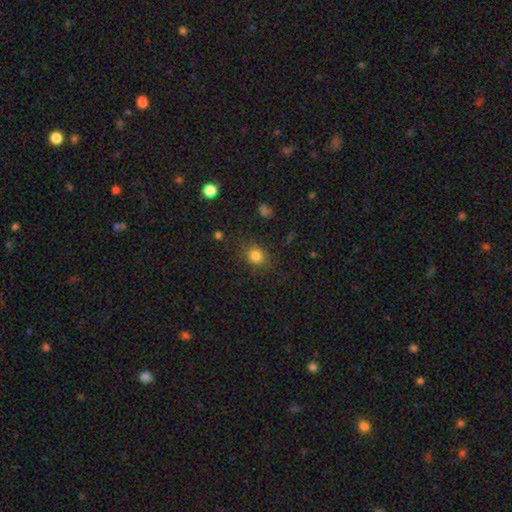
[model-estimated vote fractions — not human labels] A smooth galaxy with no disk features (81%) that is round (68%). Merging: none (82%).